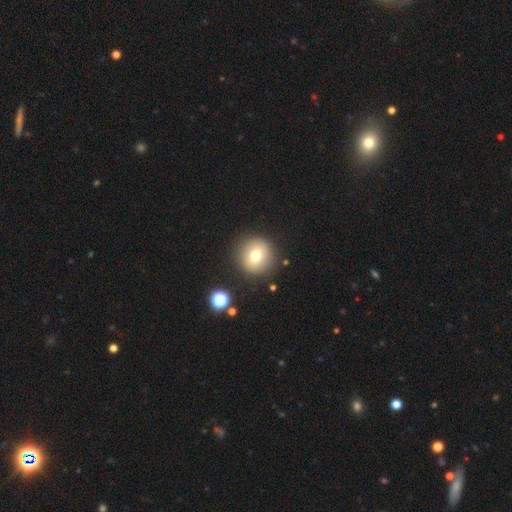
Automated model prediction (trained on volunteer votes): smooth-or-featured: smooth: 73% | featured or disk: 14% | star or artifact: 12%
  how-rounded: round: 94% | in between: 5% | cigar-shaped: 1%
  merging: none: 88% | minor disturbance: 7% | major disturbance: 3% | merger: 2%